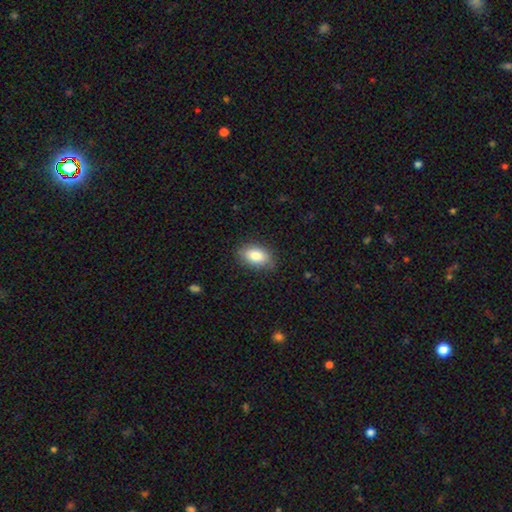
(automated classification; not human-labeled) The model was most divided on "merging": none: 81%, minor disturbance: 15%, major disturbance: 3%, merger: 1%. More confident: how rounded — in between (90%); smooth or featured — smooth (84%).